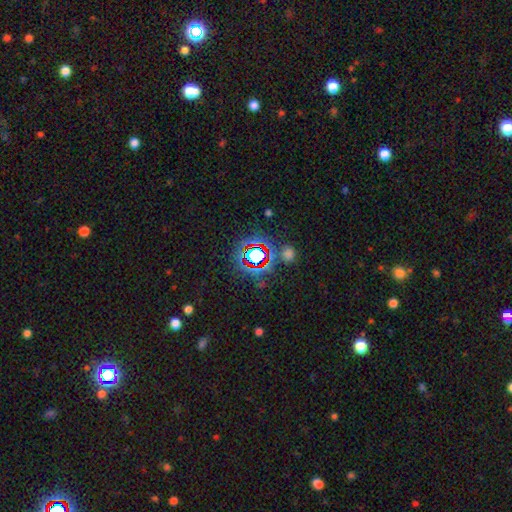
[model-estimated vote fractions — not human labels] This is likely a star or artifact rather than a galaxy (71%).